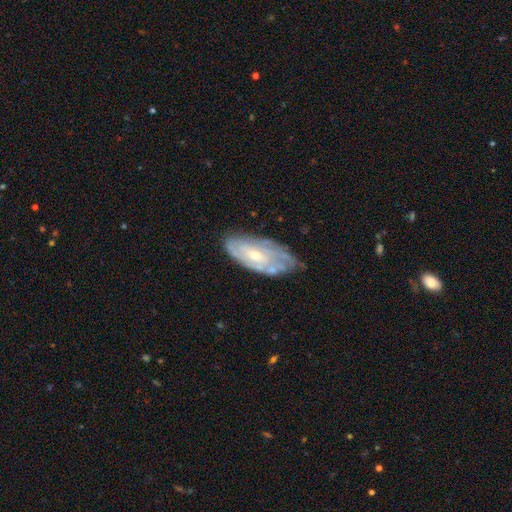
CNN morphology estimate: A featured or disk galaxy (72%) with no bar (66%), spiral arms (75%) and a small central bulge (51%).

Vote fractions:
- Smooth or featured? featured or disk: 72% / smooth: 22% / star or artifact: 6%
- Edge-on disk? no: 91% / yes: 9%
- Bar? no: 66% / weak: 28% / strong: 6%
- Spiral arms? yes: 75% / no: 25%
- Bulge size? small: 51% / moderate: 45% / large: 2% / none: 1% / dominant: 1%
- Merging? none: 57% / minor disturbance: 29% / major disturbance: 9% / merger: 5%